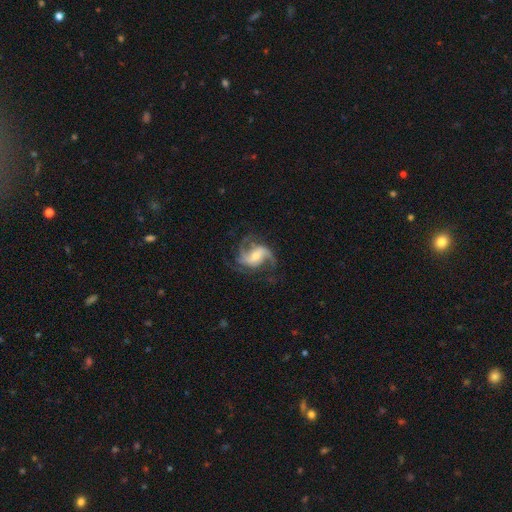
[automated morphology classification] This is clearly a featured or disk galaxy (87%). It is clearly not viewed edge-on (97%). Bar: marginally weak (43%). Spiral arm pattern: clearly yes (97%). Spiral arm count: possibly 2 (54%). Spiral winding: possibly medium (46%). Central bulge: possibly moderate (48%). Merging: likely none (65%).